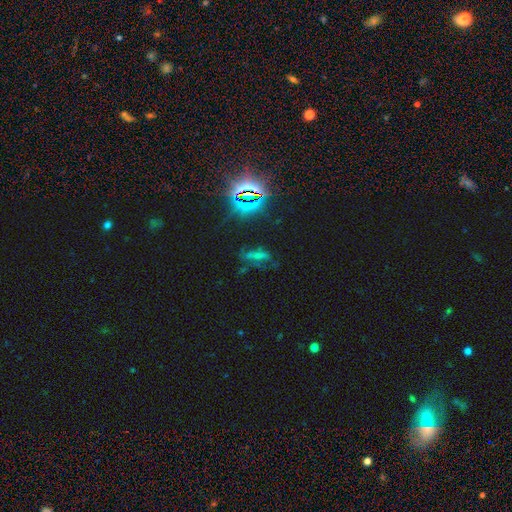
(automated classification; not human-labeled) smooth_or_featured: star or artifact (p=0.54) [alt: smooth p=0.23]